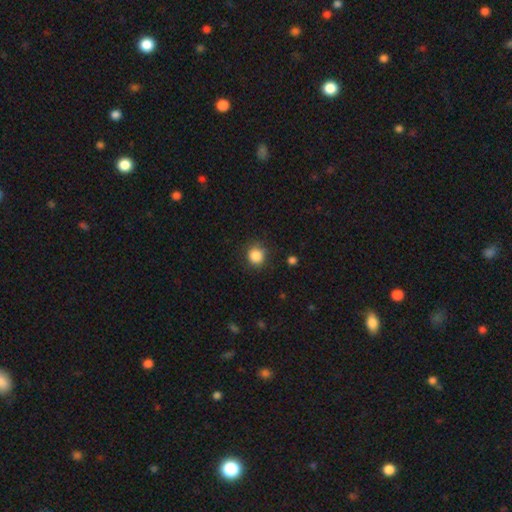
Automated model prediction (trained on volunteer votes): Smooth or featured? smooth (86%)
How rounded? round (88%)
Merging? none (83%)